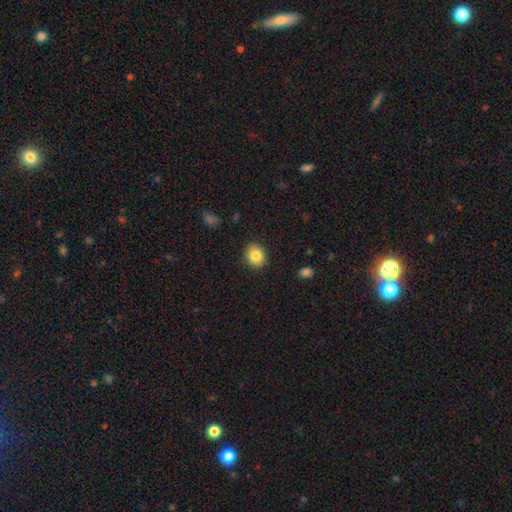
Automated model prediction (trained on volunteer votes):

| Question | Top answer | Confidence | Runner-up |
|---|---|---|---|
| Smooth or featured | smooth | 84% | star or artifact (9%) |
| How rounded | round | 59% | in between (40%) |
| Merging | none | 89% | minor disturbance (8%) |